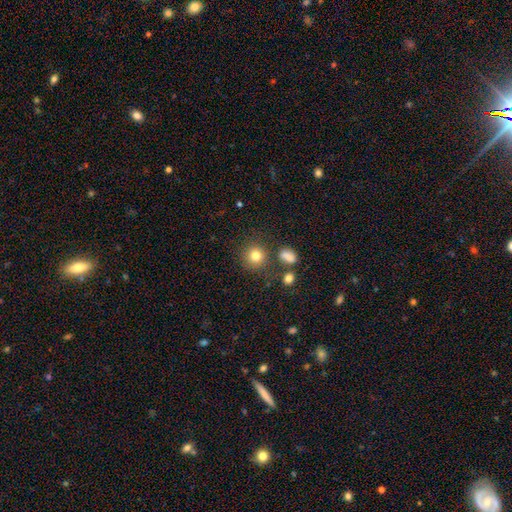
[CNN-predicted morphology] This is clearly a smooth galaxy (81%). How rounded: clearly round (90%). Merging: likely none (80%).